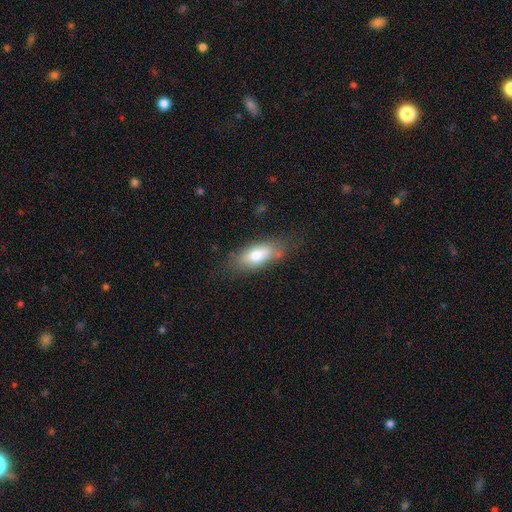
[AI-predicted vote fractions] This is likely a smooth galaxy (74%). How rounded: clearly in between (80%). Merging: likely none (67%).